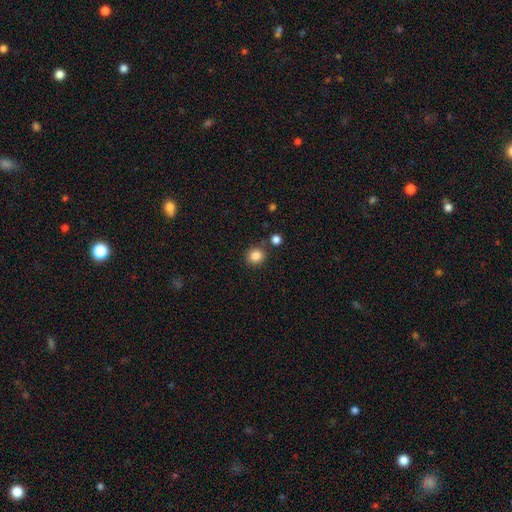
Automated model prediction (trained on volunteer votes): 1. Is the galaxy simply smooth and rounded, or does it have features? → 84% smooth, 11% star or artifact, 5% featured or disk.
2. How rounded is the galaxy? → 91% round, 8% in between, 1% cigar-shaped.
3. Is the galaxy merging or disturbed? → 84% none, 7% minor disturbance, 6% merger, 2% major disturbance.